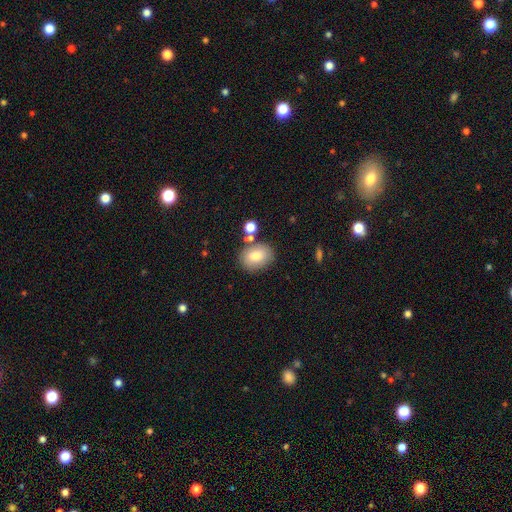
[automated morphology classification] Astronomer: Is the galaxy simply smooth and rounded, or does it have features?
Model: smooth — 79%.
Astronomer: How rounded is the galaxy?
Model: in between — 67%.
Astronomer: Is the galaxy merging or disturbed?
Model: none — 73%.